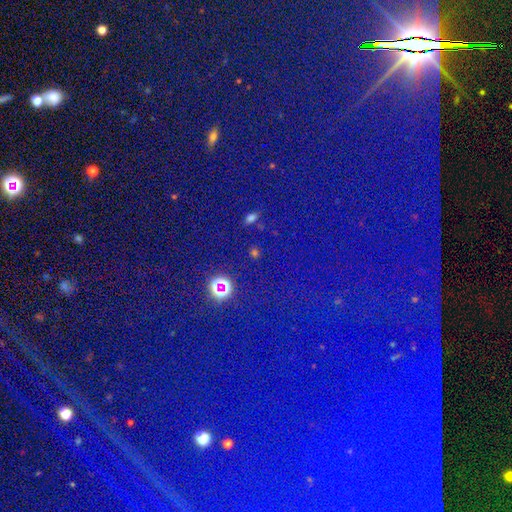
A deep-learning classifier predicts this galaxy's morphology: Smooth or featured? Predicted: star or artifact (p=0.83).